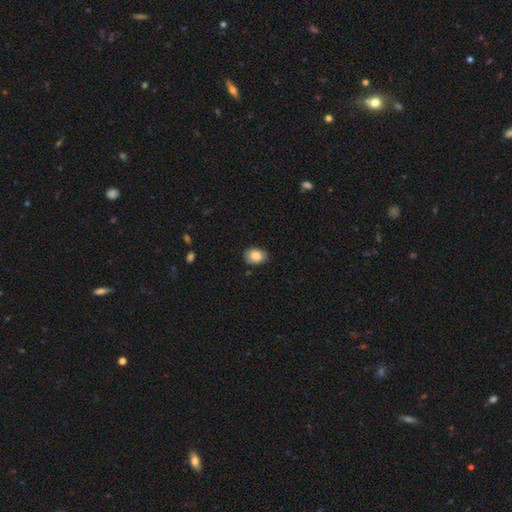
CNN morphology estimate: Smooth or featured? Predicted: smooth (p=0.81). How rounded? Predicted: in between (p=0.74). Merging? Predicted: none (p=0.80).